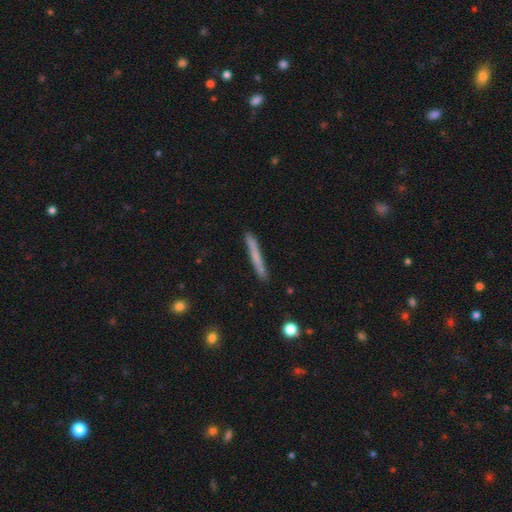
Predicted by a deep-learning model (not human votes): smooth-or-featured: smooth: 66% | featured or disk: 28% | star or artifact: 6%
  how-rounded: cigar-shaped: 97% | in between: 2% | round: 1%
  merging: none: 89% | minor disturbance: 8% | major disturbance: 2% | merger: 1%